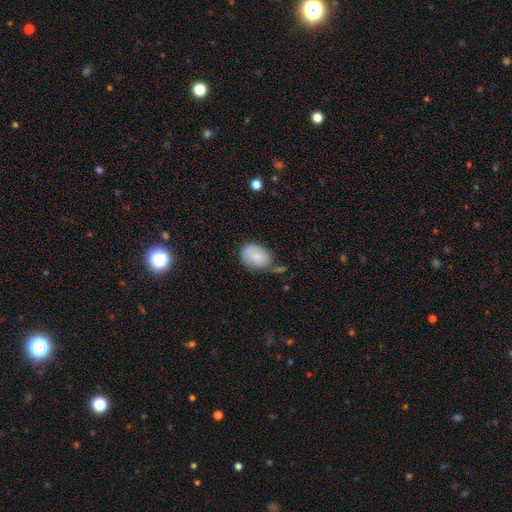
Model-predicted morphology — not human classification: Overall: smooth (79%). How rounded: in between (77%). Merging: none (48%; minor disturbance 30%).